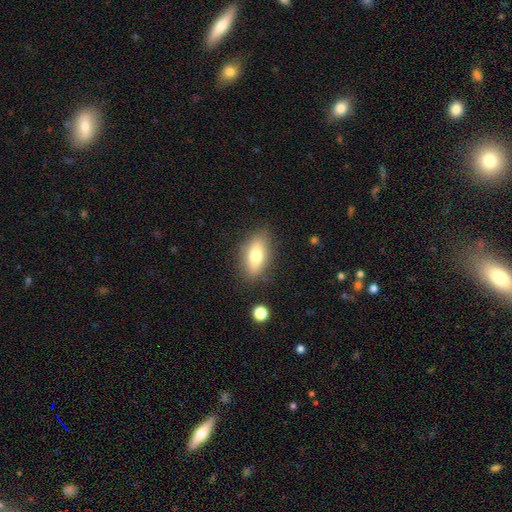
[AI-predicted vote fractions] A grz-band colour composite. It shows a smooth galaxy with no disk features (70%) that is in between round and cigar-shaped (81%). Merging: none (81%).